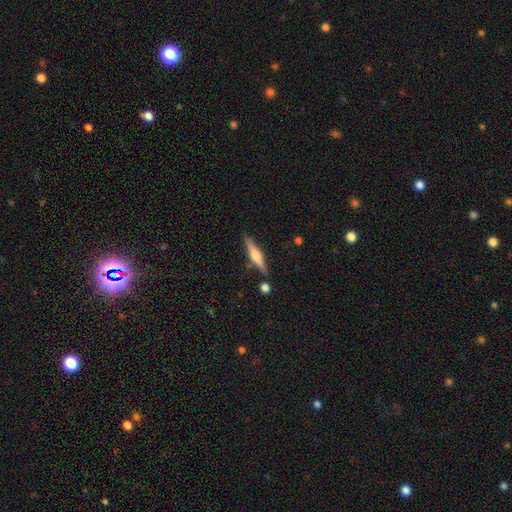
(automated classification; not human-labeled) Smooth or featured? Predicted: featured or disk (p=0.61). Edge-on disk? Predicted: yes (p=0.97). Edge-on bulge? Predicted: rounded (p=0.80). Merging? Predicted: none (p=0.84).